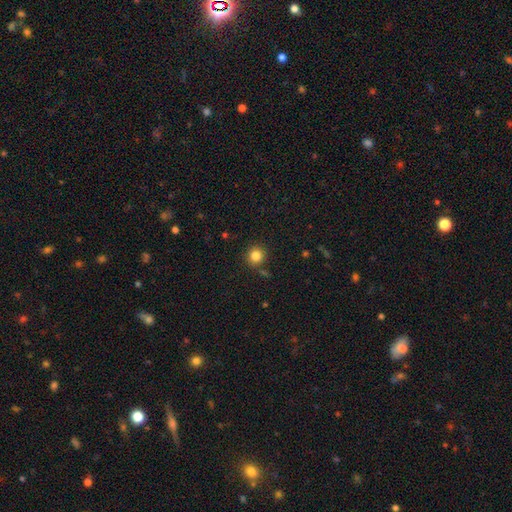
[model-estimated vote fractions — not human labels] The model was most divided on "smooth or featured": smooth: 83%, star or artifact: 12%, featured or disk: 5%. More confident: how rounded — round (93%); merging — none (86%).